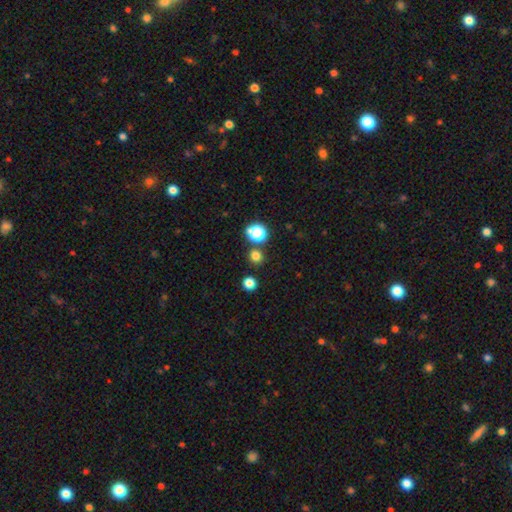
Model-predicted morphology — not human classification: This appears to be a smooth galaxy with no disk features (73%) that is round (92%). Merging: none (83%).